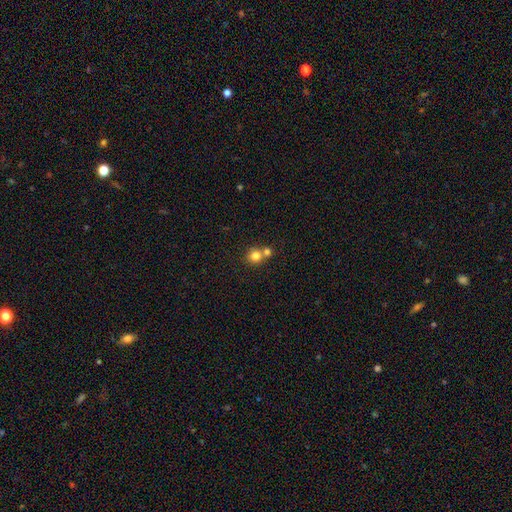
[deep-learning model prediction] Morphology: type=smooth (79%); roundness=round (89%); merging=none (49%).